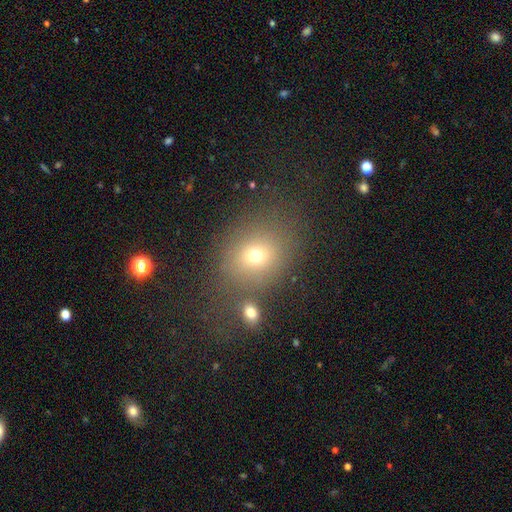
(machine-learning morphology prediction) smooth_or_featured: smooth (p=0.68) [alt: star or artifact p=0.19]
how_rounded: round (p=0.60) [alt: in between p=0.39]
merging: none (p=0.68) [alt: minor disturbance p=0.12]